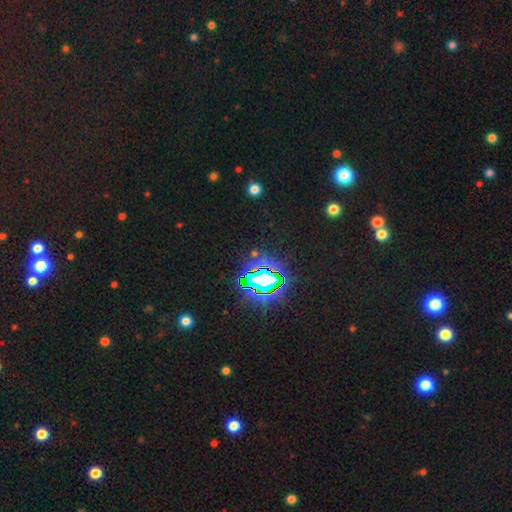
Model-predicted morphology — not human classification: A star or artifact, not a galaxy (79%).